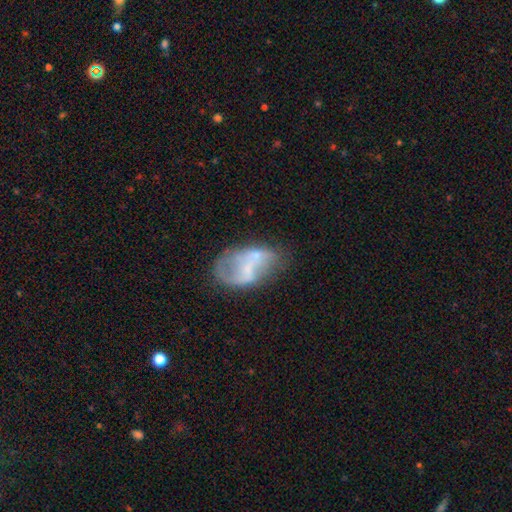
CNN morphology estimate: A featured or disk galaxy (57%) with no bar (50%), no spiral arms (52%) and no central bulge (40%). Merging: none (40%).